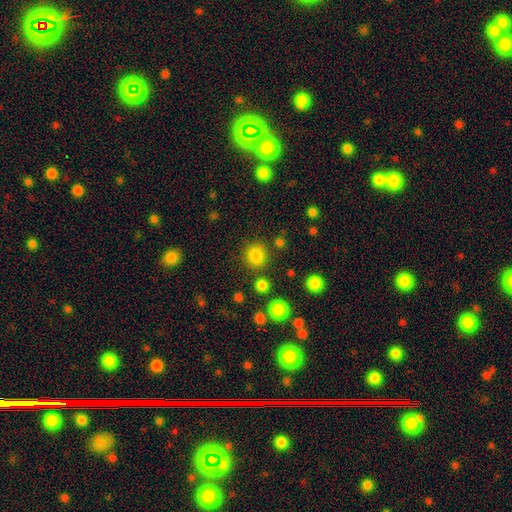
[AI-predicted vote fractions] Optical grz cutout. It shows a smooth galaxy with no disk features (83%) that is round (91%). Merging: none (86%).